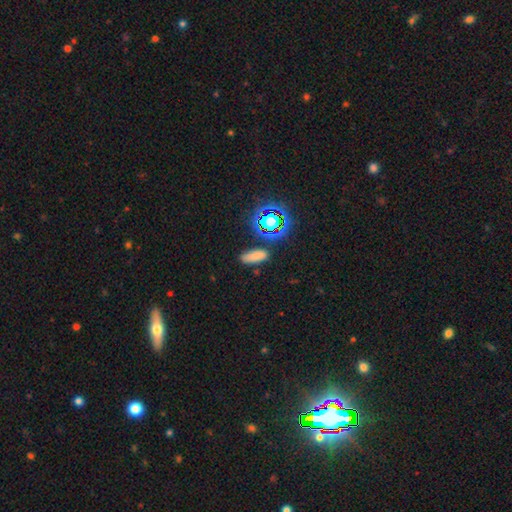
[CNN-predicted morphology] Smooth or featured?
  - smooth: 70% *
  - star or artifact: 22%
  - featured or disk: 8%
How rounded?
  - in between: 71% *
  - cigar-shaped: 24%
  - round: 5%
Merging?
  - none: 81% *
  - minor disturbance: 12%
  - major disturbance: 3%
  - merger: 3%